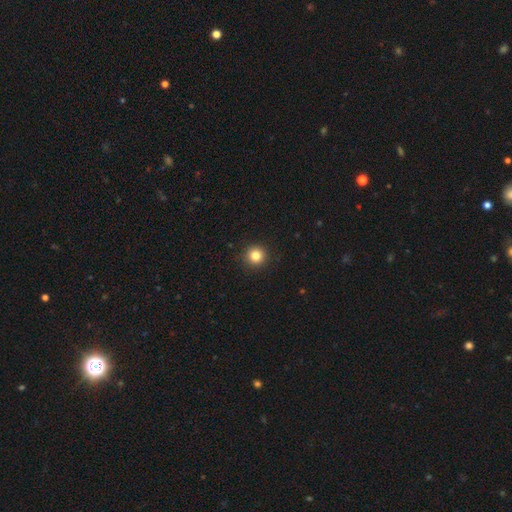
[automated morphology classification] smooth 83%, star or artifact 12%, featured or disk 5%. Down the decision tree: how rounded — round (95%); merging — none (93%).